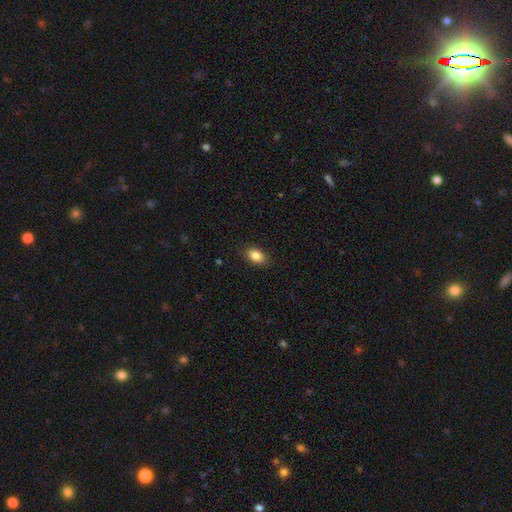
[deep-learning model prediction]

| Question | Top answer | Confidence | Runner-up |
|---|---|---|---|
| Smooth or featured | smooth | 86% | star or artifact (9%) |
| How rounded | in between | 85% | round (14%) |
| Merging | none | 88% | minor disturbance (9%) |